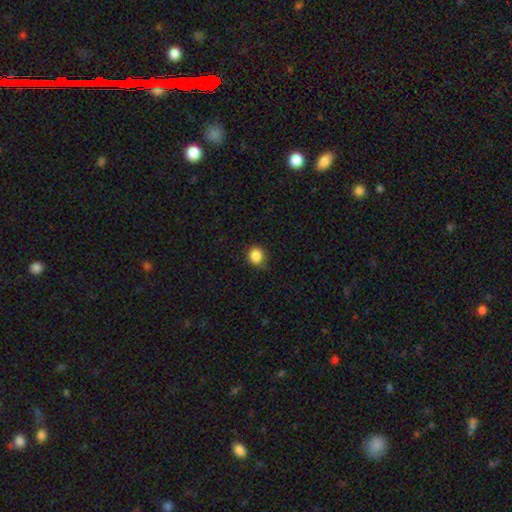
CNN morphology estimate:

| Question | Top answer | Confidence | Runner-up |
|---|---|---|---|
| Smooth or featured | smooth | 86% | star or artifact (10%) |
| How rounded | round | 83% | in between (17%) |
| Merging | none | 79% | minor disturbance (16%) |